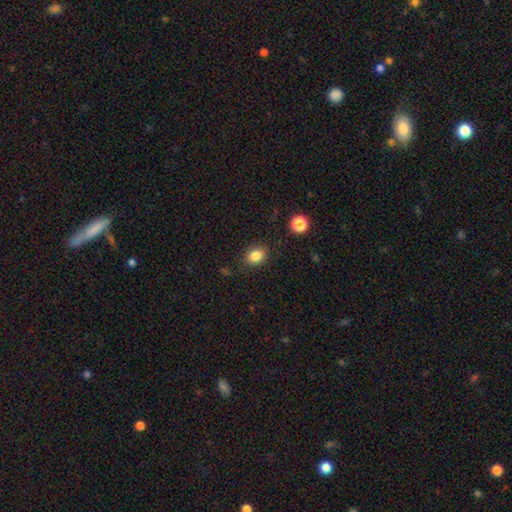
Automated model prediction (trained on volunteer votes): Overall: smooth (84%). How rounded: in between (62%; round 37%). Merging: none (83%).